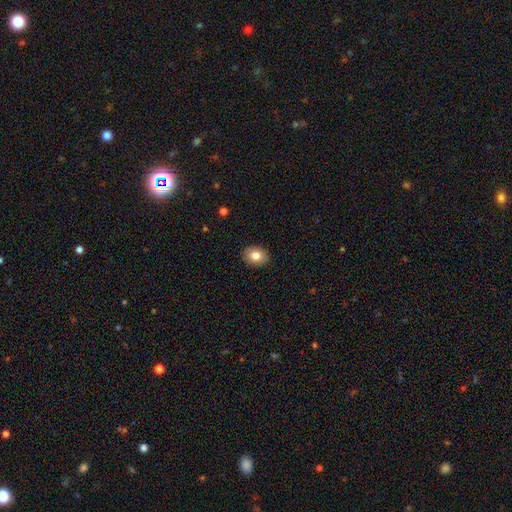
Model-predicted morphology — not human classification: smooth 82%, featured or disk 9%, star or artifact 9%. Down the decision tree: how rounded — in between (62%); merging — none (90%).